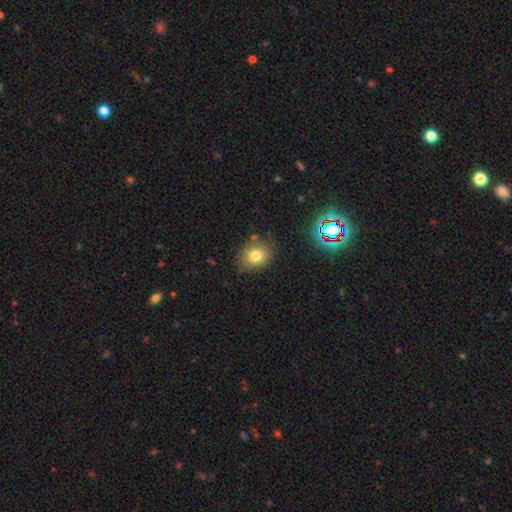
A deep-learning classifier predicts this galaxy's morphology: This appears to be a smooth galaxy with no disk features (77%) that is round (59%). Merging: none (80%).